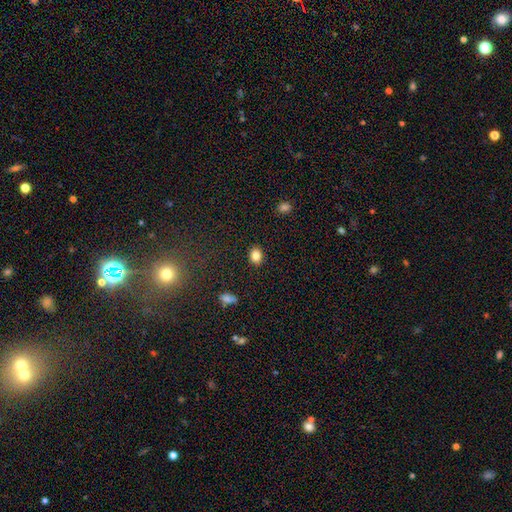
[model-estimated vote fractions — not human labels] The model was most divided on "how rounded": in between: 57%, round: 42%, cigar-shaped: 1%. More confident: merging — none (89%); smooth or featured — smooth (85%).